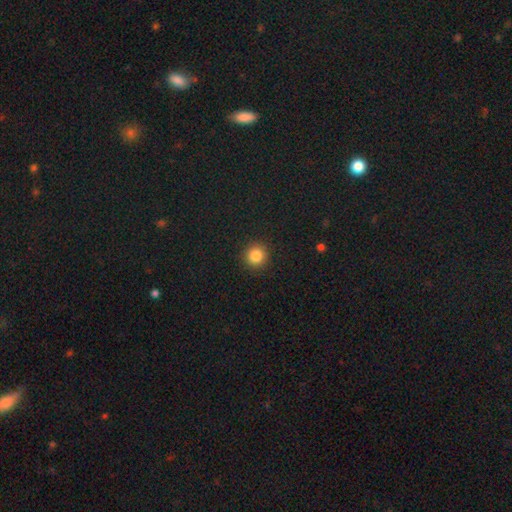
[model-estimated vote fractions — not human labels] Overall: smooth (84%). How rounded: round (93%). Merging: none (92%).